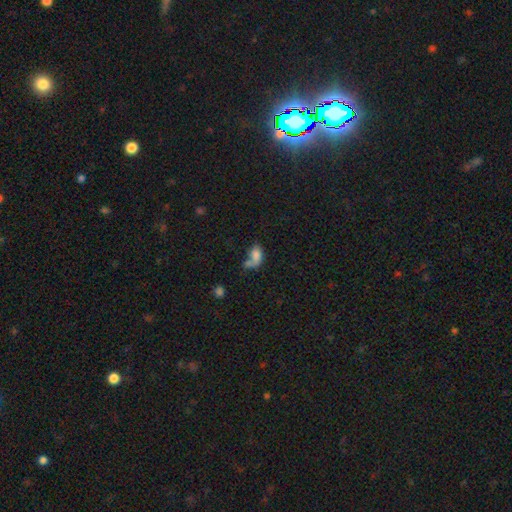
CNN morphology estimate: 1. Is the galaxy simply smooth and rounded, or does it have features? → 73% smooth, 16% featured or disk, 11% star or artifact.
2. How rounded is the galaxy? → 85% in between, 12% round, 3% cigar-shaped.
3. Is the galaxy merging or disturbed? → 41% merger, 25% none, 18% major disturbance, 16% minor disturbance.